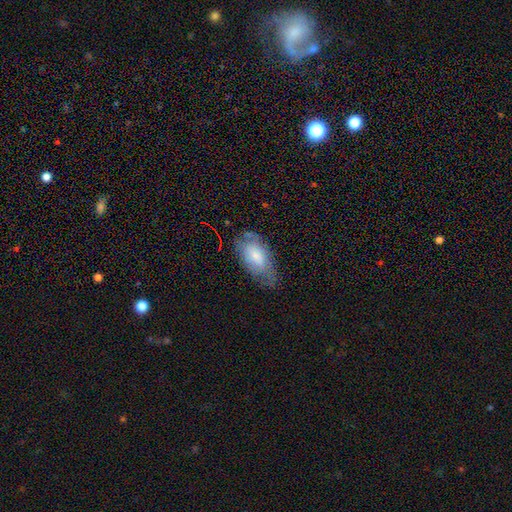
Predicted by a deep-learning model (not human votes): Smooth or featured? smooth (65%)
How rounded? in between (92%)
Merging? none (59%)